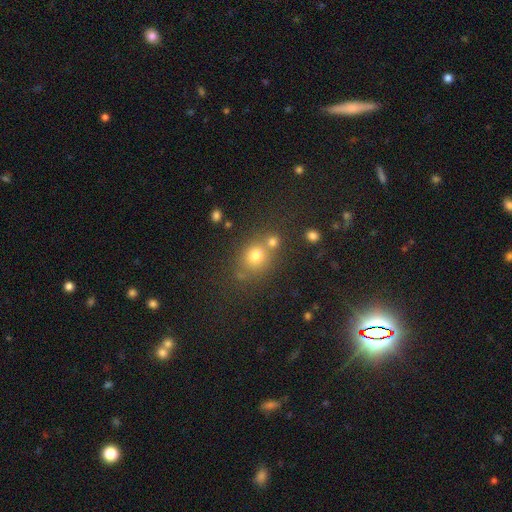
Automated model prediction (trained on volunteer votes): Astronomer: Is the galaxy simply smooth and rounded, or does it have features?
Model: smooth — 71%.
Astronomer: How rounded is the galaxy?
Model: round — 77%.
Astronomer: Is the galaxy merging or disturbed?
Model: none — 60%.